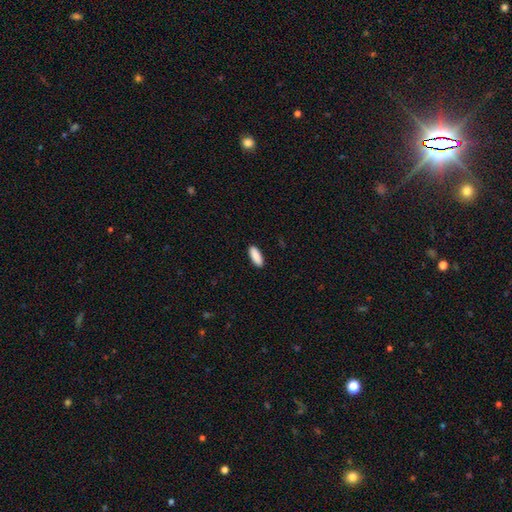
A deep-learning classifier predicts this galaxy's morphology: This is clearly a smooth galaxy (91%). How rounded: likely in between (71%). Merging: clearly none (91%).